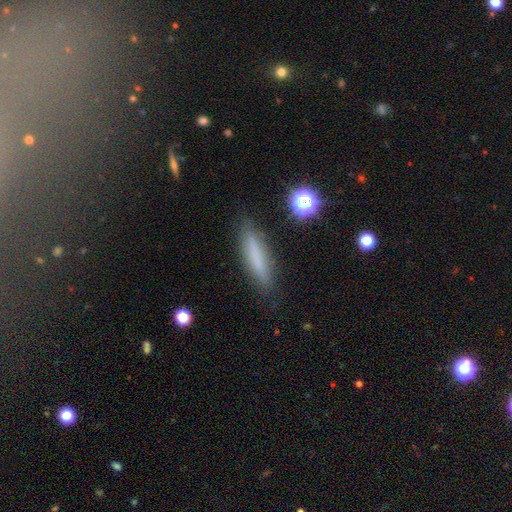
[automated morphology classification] Overall: smooth (73%). How rounded: cigar-shaped (82%). Merging: none (87%).